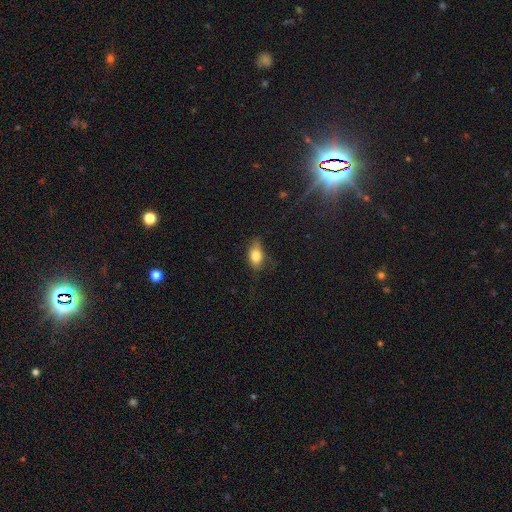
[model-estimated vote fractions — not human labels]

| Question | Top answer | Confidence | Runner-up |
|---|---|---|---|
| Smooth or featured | smooth | 81% | featured or disk (10%) |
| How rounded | in between | 82% | round (13%) |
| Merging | none | 55% | minor disturbance (30%) |